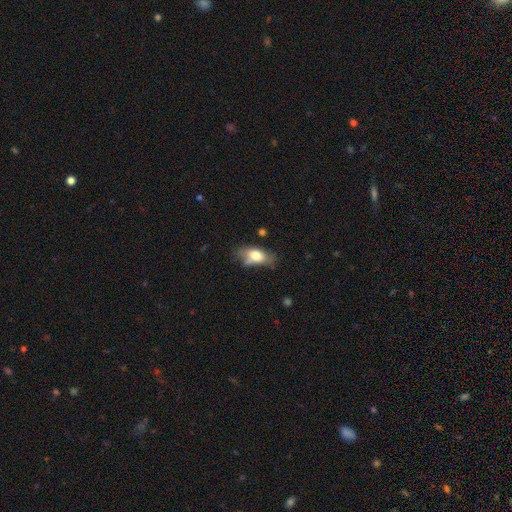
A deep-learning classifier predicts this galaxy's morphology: smooth 70%, featured or disk 22%, star or artifact 8%. Down the decision tree: how rounded — in between (86%); merging — none (48%).